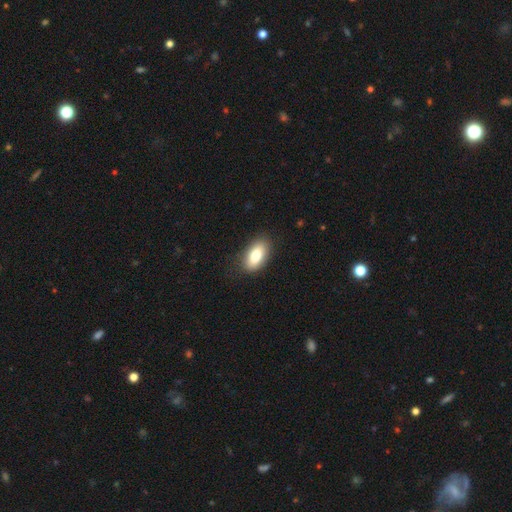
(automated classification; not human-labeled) Q: Smooth or featured?
A: smooth (79%); runner-up: featured or disk (14%)
Q: How rounded?
A: in between (91%); runner-up: cigar-shaped (5%)
Q: Merging?
A: none (85%); runner-up: minor disturbance (11%)